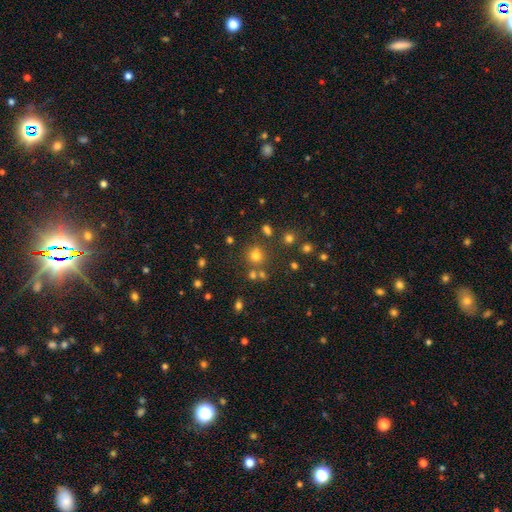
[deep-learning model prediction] smooth_or_featured: smooth (p=0.69) [alt: star or artifact p=0.23]
how_rounded: round (p=0.91) [alt: in between p=0.08]
merging: none (p=0.77) [alt: merger p=0.11]